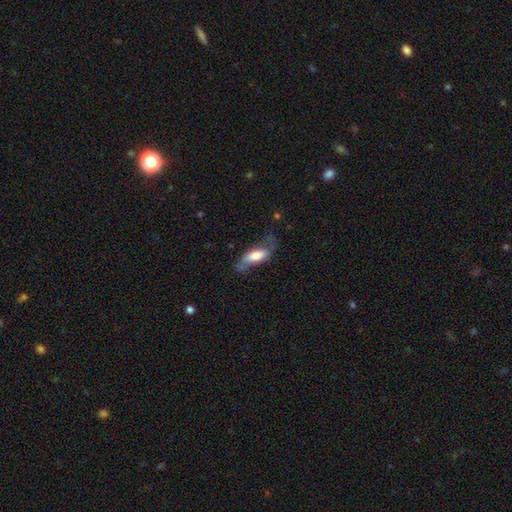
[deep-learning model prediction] smooth_or_featured: smooth (p=0.60) [alt: featured or disk p=0.34]
how_rounded: in between (p=0.71) [alt: cigar-shaped p=0.27]
merging: none (p=0.43) [alt: minor disturbance p=0.31]